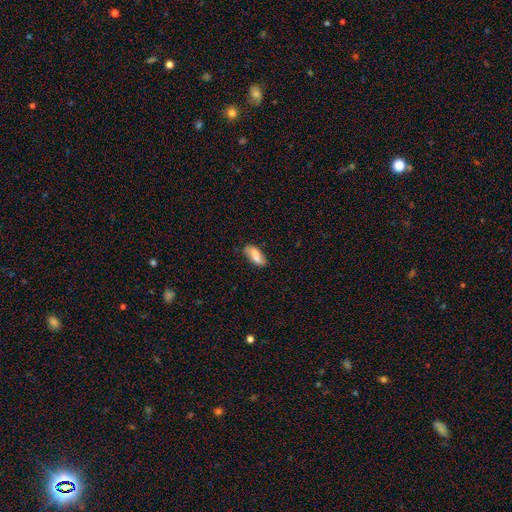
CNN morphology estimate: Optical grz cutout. It shows a smooth galaxy with no disk features (70%) that is in between round and cigar-shaped (82%). Merging: none (65%).